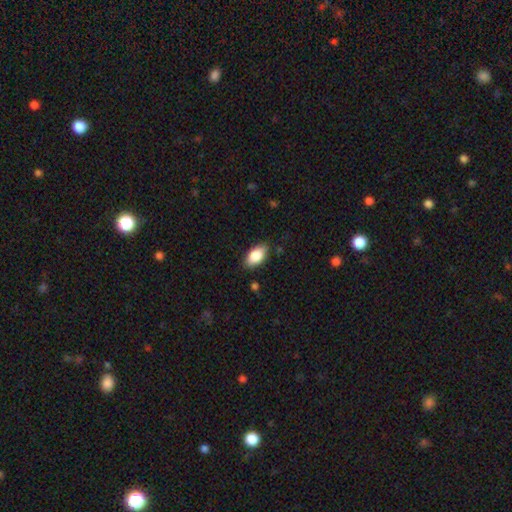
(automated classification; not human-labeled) Q: Smooth or featured?
A: smooth (85%); runner-up: featured or disk (8%)
Q: How rounded?
A: in between (93%); runner-up: round (4%)
Q: Merging?
A: none (84%); runner-up: minor disturbance (13%)